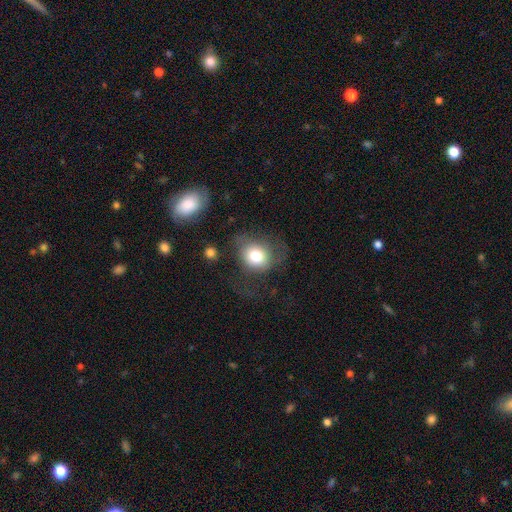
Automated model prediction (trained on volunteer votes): The model was most divided on "merging": none: 49%, major disturbance: 25%, minor disturbance: 23%, merger: 3%. More confident: how rounded — round (74%); smooth or featured — smooth (73%).